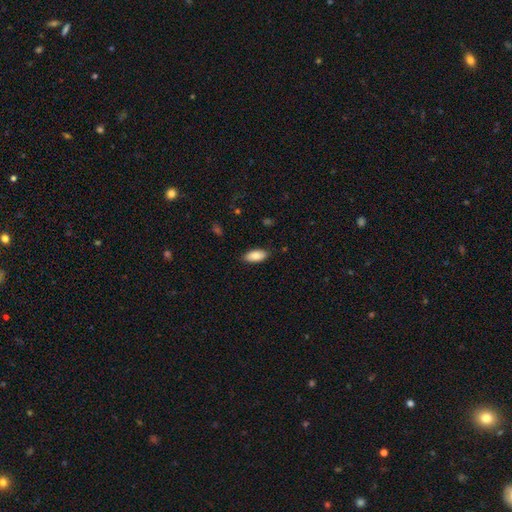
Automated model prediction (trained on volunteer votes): The model was most divided on "smooth or featured": smooth: 83%, featured or disk: 10%, star or artifact: 7%. More confident: how rounded — in between (90%); merging — none (85%).